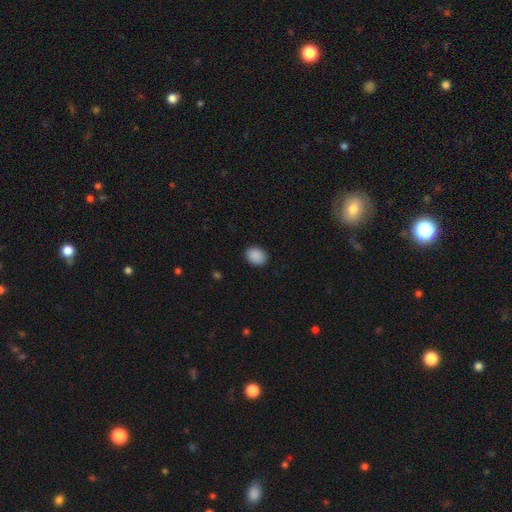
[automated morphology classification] Q: Smooth or featured?
A: smooth (90%); runner-up: star or artifact (8%)
Q: How rounded?
A: in between (60%); runner-up: round (39%)
Q: Merging?
A: none (89%); runner-up: minor disturbance (8%)